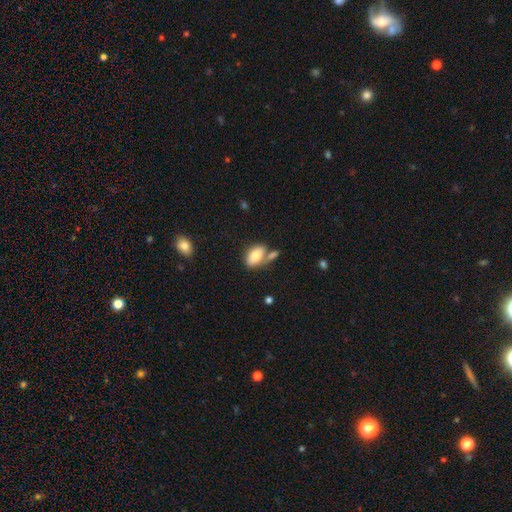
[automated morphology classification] smooth_or_featured: smooth (p=0.82) [alt: featured or disk p=0.11]
how_rounded: in between (p=0.92) [alt: round p=0.06]
merging: none (p=0.50) [alt: merger p=0.30]